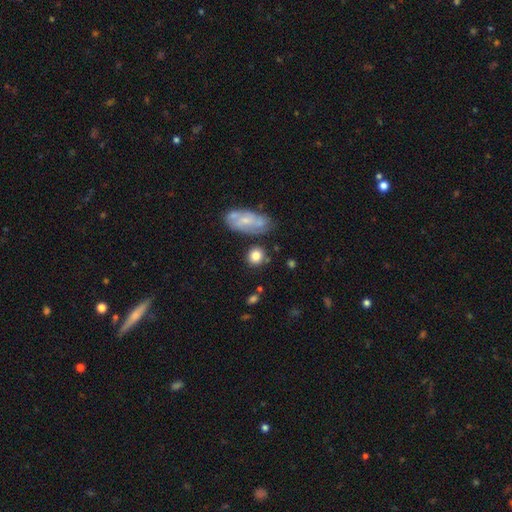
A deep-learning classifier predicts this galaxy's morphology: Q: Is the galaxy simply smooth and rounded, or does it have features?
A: smooth — 81%.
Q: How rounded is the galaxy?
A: round — 78%.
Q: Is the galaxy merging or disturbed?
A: none — 71%.